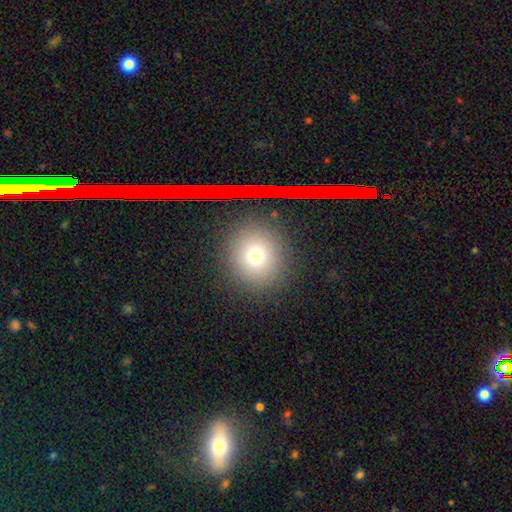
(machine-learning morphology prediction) This is likely a smooth galaxy (73%). How rounded: likely round (78%). Merging: clearly none (86%).